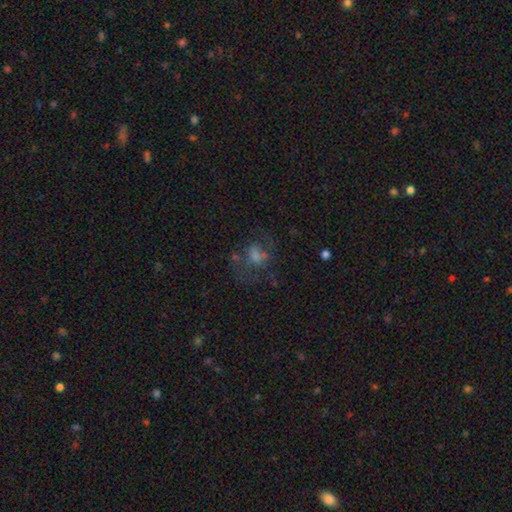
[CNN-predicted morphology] smooth_or_featured: featured or disk (p=0.41) [alt: smooth p=0.36]
merging: none (p=0.47) [alt: major disturbance p=0.29]